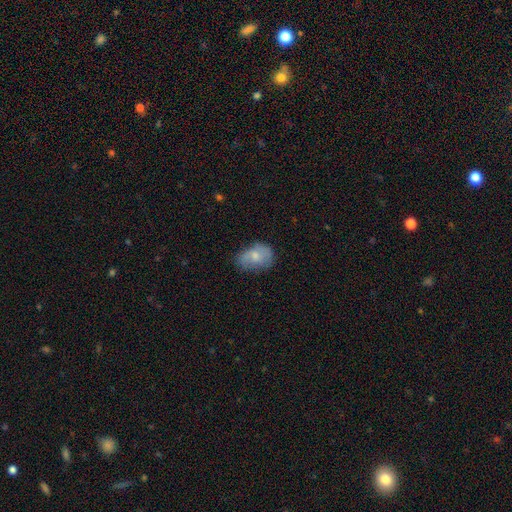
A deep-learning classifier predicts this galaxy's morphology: Smooth or featured: smooth — 64% (featured or disk — 28%)
How rounded: in between — 79% (round — 20%)
Merging: none — 58% (minor disturbance — 30%)